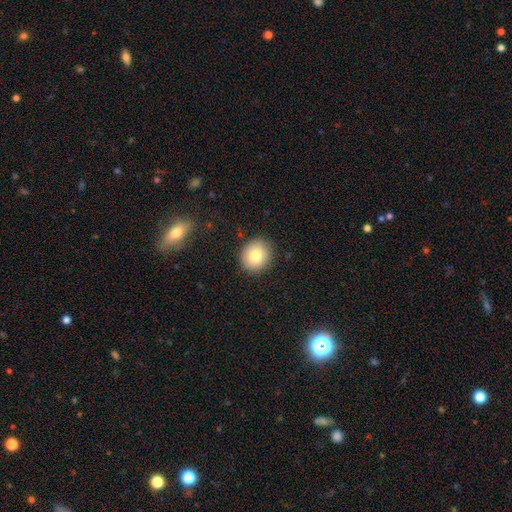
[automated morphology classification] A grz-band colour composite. It shows a smooth galaxy with no disk features (80%) that is round (80%). Merging: none (87%).